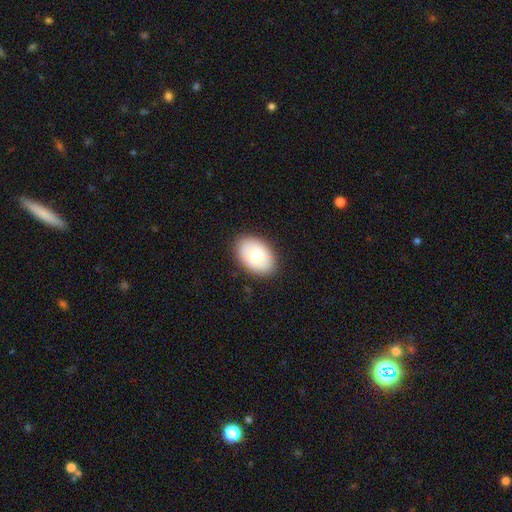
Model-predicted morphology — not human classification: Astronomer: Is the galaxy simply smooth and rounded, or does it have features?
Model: smooth — 74%.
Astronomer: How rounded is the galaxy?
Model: in between — 87%.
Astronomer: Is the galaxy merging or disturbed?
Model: none — 87%.